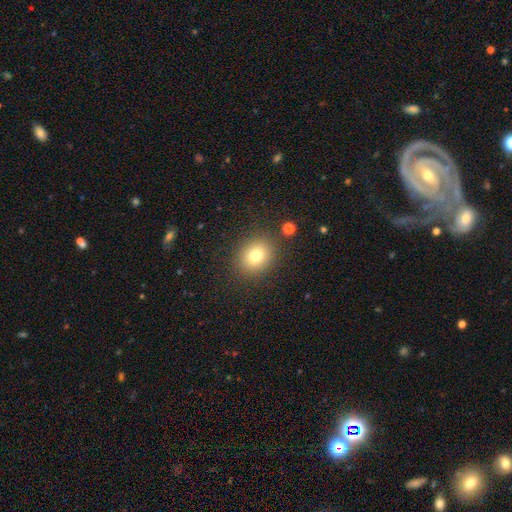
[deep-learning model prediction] smooth-or-featured: smooth: 76% | star or artifact: 13% | featured or disk: 11%
  how-rounded: round: 68% | in between: 31% | cigar-shaped: 1%
  merging: none: 86% | minor disturbance: 8% | major disturbance: 4% | merger: 2%